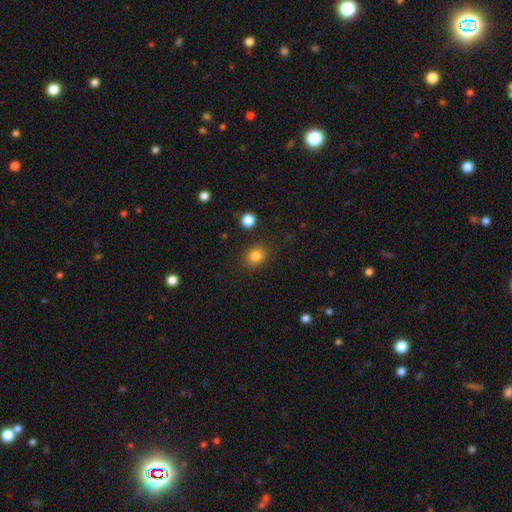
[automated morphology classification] Smooth or featured? smooth (84%)
How rounded? round (54%)
Merging? none (86%)